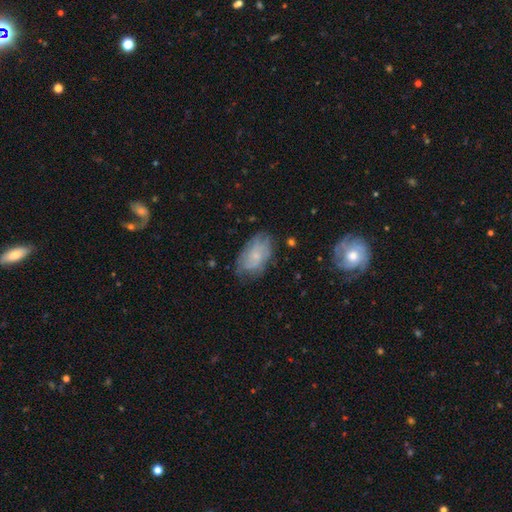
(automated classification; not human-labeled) Smooth or featured: featured or disk — 50% (smooth — 41%)
Edge-on disk: no — 95% (yes — 5%)
Merging: none — 63% (minor disturbance — 26%)